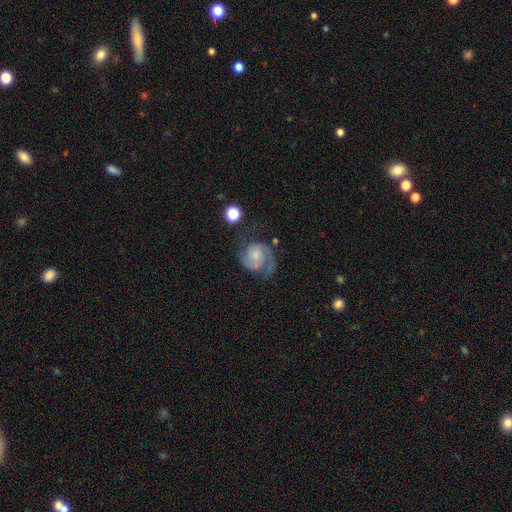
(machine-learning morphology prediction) Smooth or featured?
  - featured or disk: 80% *
  - smooth: 13%
  - star or artifact: 7%
Edge-on disk?
  - no: 98% *
  - yes: 2%
Bar?
  - no: 69% *
  - weak: 27%
  - strong: 4%
Spiral arms?
  - yes: 95% *
  - no: 5%
Spiral winding?
  - medium: 46% *
  - tight: 35%
  - loose: 19%
Spiral arm count?
  - 2: 74% *
  - 1: 14%
  - can't tell: 7%
  - 3: 3%
  - 4: 1%
  - more than 4: 1%
Bulge size?
  - small: 52% *
  - moderate: 23%
  - none: 19%
  - large: 5%
  - dominant: 2%
Merging?
  - none: 51% *
  - major disturbance: 22%
  - minor disturbance: 21%
  - merger: 6%